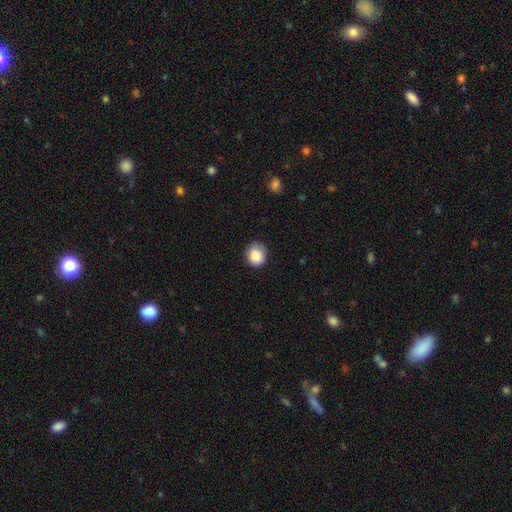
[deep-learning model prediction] Smooth or featured?
  - smooth: 86% *
  - star or artifact: 8%
  - featured or disk: 6%
How rounded?
  - round: 74% *
  - in between: 25%
  - cigar-shaped: 1%
Merging?
  - none: 82% *
  - minor disturbance: 14%
  - major disturbance: 3%
  - merger: 1%